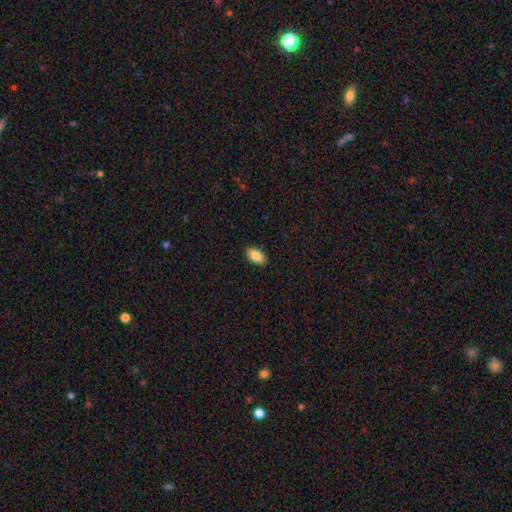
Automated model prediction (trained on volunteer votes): smooth 85%, featured or disk 8%, star or artifact 7%. Down the decision tree: how rounded — in between (93%); merging — none (89%).